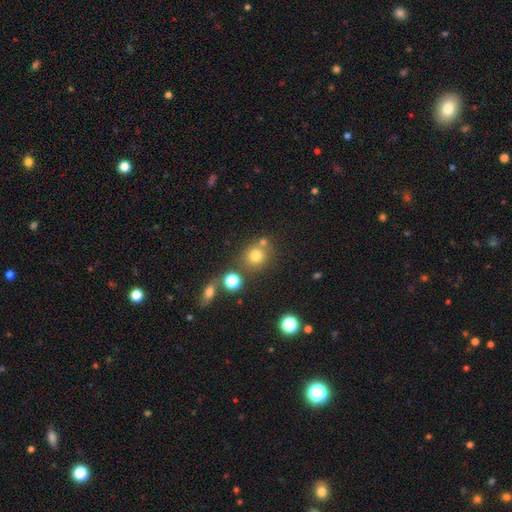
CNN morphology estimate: The model was most divided on "merging": none: 70%, merger: 16%, minor disturbance: 10%, major disturbance: 4%. More confident: how rounded — round (86%); smooth or featured — smooth (74%).